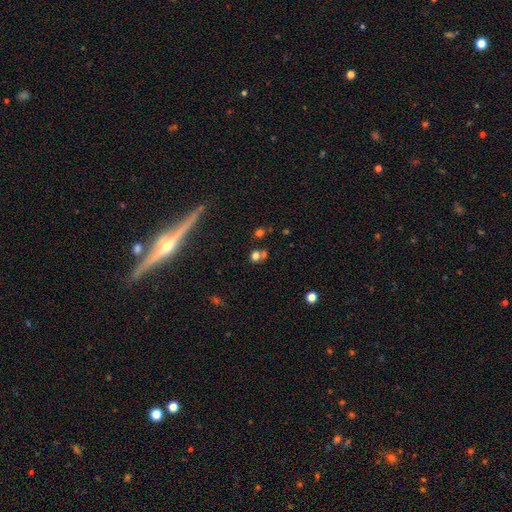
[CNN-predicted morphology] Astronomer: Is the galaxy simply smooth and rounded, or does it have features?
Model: smooth — 68%.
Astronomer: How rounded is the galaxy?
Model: round — 78%.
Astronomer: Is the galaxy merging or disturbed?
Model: none — 53% (runner-up: merger, 34%).